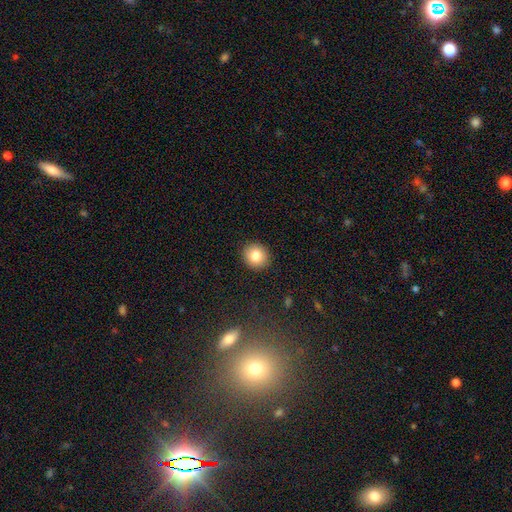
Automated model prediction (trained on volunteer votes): This is clearly a smooth galaxy (82%). How rounded: clearly round (87%). Merging: clearly none (91%).